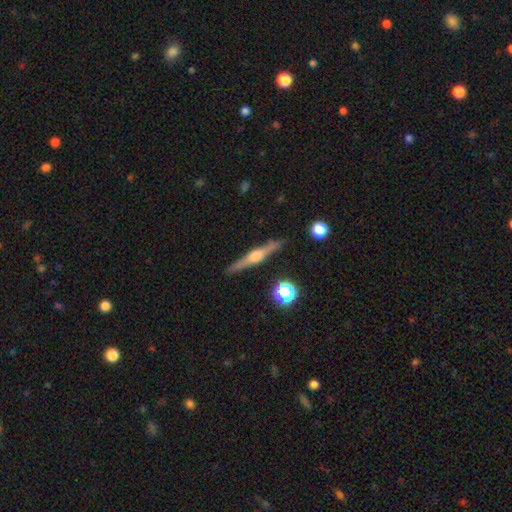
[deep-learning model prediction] featured or disk 77%, smooth 17%, star or artifact 6%. Down the decision tree: edge-on disk — yes (98%); edge-on bulge — rounded (90%); merging — none (90%).